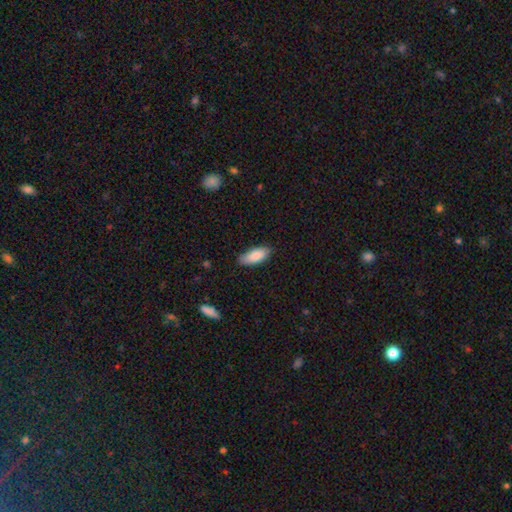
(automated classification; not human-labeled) A smooth galaxy with no disk features (86%) that is in between round and cigar-shaped (82%).

Vote fractions:
- Smooth or featured? smooth: 86% / featured or disk: 8% / star or artifact: 6%
- How rounded? in between: 82% / cigar-shaped: 17% / round: 2%
- Merging? none: 81% / minor disturbance: 15% / major disturbance: 3% / merger: 1%